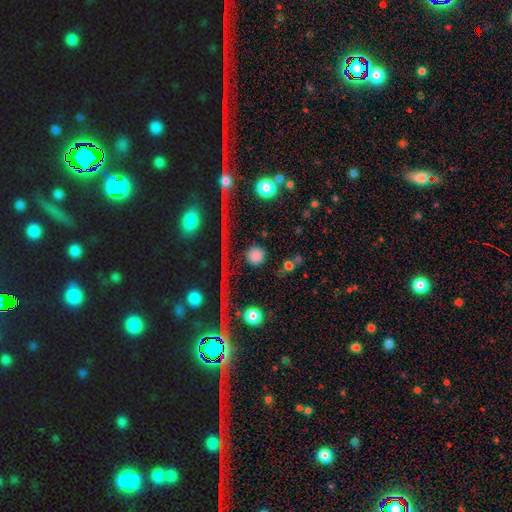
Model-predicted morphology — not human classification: Smooth or featured? Predicted: smooth (p=0.72). How rounded? Predicted: round (p=0.94). Merging? Predicted: none (p=0.82).